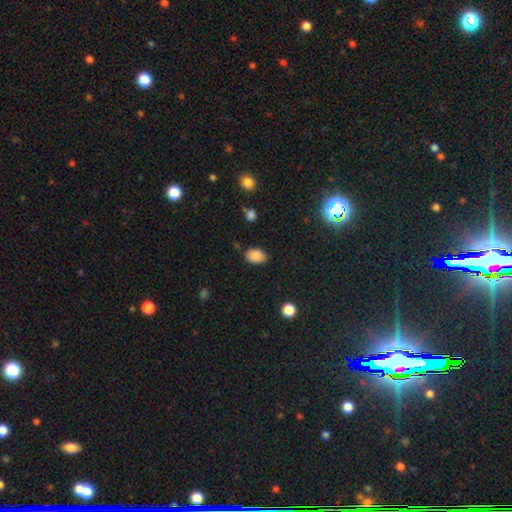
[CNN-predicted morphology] Smooth or featured? smooth (86%)
How rounded? in between (81%)
Merging? none (82%)